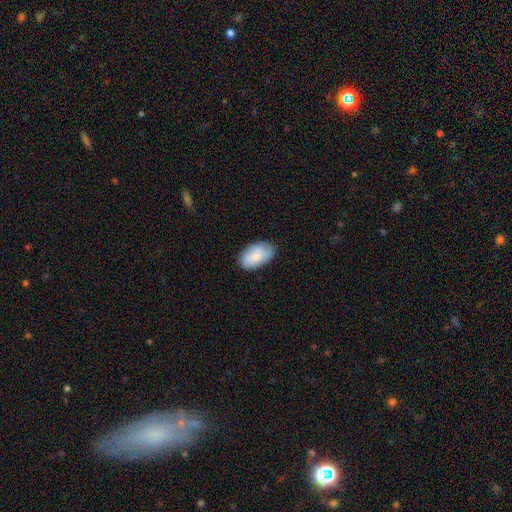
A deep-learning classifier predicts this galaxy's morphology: A smooth galaxy with no disk features (65%) that is in between round and cigar-shaped (93%).

Vote fractions:
- Smooth or featured? smooth: 65% / featured or disk: 29% / star or artifact: 7%
- How rounded? in between: 93% / round: 6% / cigar-shaped: 2%
- Merging? none: 77% / minor disturbance: 18% / major disturbance: 4% / merger: 1%